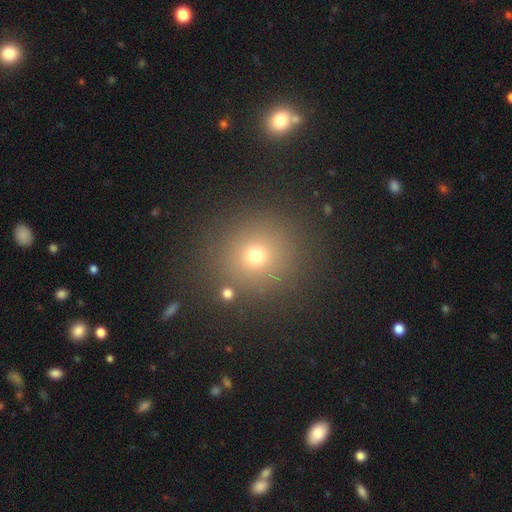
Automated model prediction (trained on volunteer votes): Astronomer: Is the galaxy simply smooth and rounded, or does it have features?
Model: smooth — 67%.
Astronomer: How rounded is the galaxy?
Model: round — 90%.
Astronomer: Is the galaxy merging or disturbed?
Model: none — 87%.